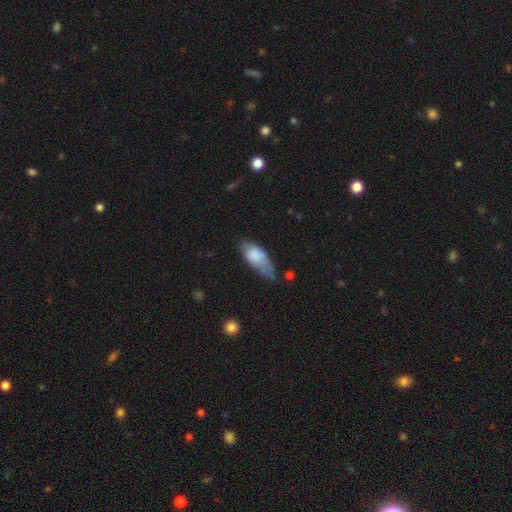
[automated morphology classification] Smooth or featured: smooth — 76% (featured or disk — 17%)
How rounded: in between — 82% (cigar-shaped — 15%)
Merging: minor disturbance — 40% (none — 39%)